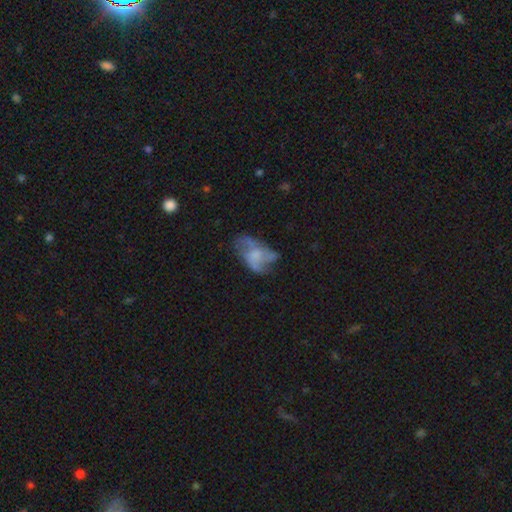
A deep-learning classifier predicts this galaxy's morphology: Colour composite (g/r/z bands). It shows a featured or disk galaxy (59%) with no bar (76%), spiral arms (62%) and no central bulge (39%). Merging: none (42%).